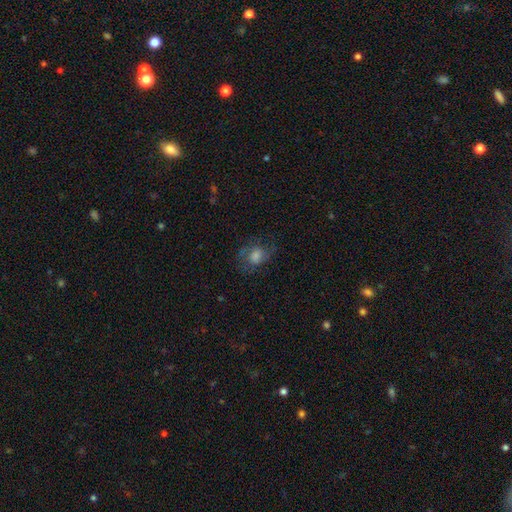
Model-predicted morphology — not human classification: A featured or disk galaxy (47%). Merging: none (65%).